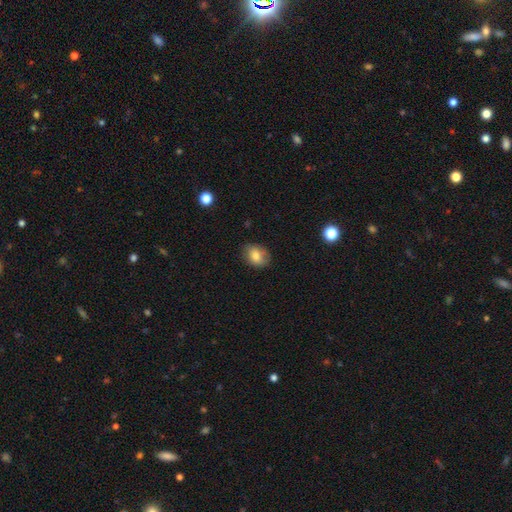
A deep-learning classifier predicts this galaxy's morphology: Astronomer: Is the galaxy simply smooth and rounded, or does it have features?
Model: smooth — 79%.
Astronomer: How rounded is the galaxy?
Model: in between — 66%.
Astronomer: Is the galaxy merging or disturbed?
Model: none — 80%.